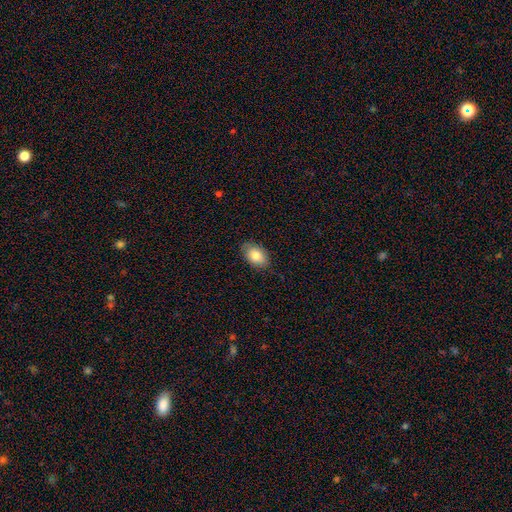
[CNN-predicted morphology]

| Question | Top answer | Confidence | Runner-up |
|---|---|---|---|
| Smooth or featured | smooth | 79% | featured or disk (14%) |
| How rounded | in between | 88% | round (11%) |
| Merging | none | 80% | minor disturbance (16%) |